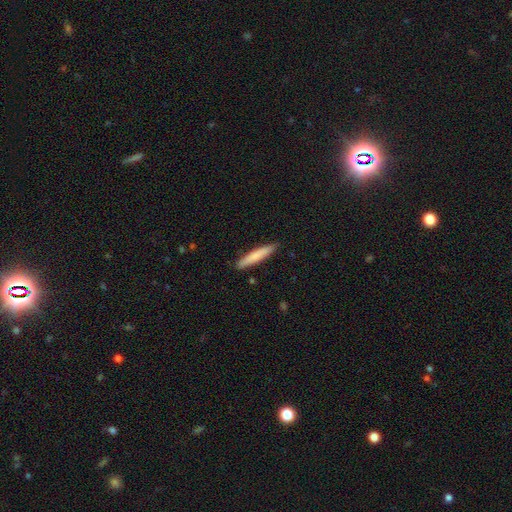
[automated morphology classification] smooth-or-featured: smooth: 75% | featured or disk: 20% | star or artifact: 5%
  how-rounded: cigar-shaped: 93% | in between: 6% | round: 1%
  merging: none: 89% | minor disturbance: 8% | major disturbance: 1% | merger: 1%